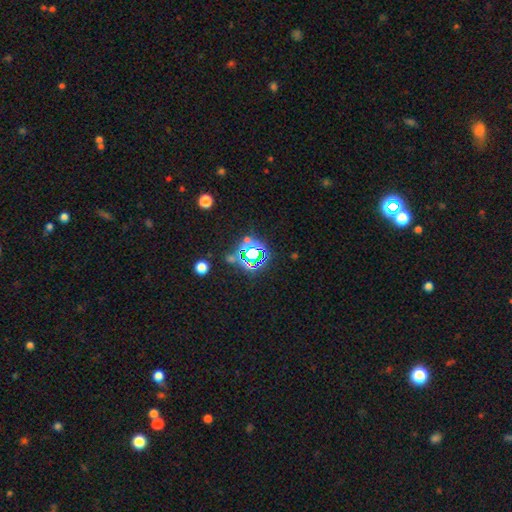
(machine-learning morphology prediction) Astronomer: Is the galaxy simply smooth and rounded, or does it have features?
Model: star or artifact — 79%.